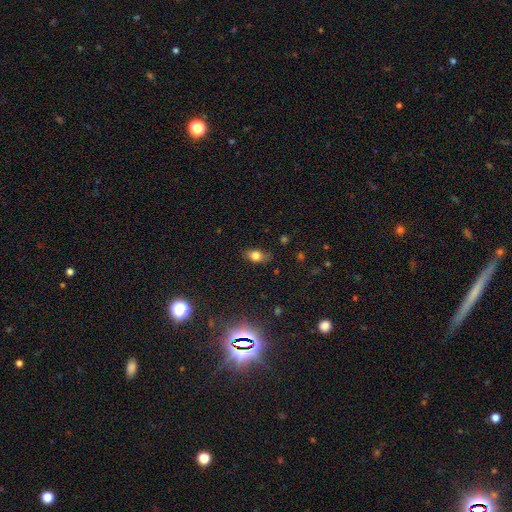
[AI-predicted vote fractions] Smooth or featured?
  - smooth: 77% *
  - featured or disk: 12%
  - star or artifact: 11%
How rounded?
  - in between: 79% *
  - round: 17%
  - cigar-shaped: 5%
Merging?
  - none: 75% *
  - minor disturbance: 20%
  - major disturbance: 4%
  - merger: 1%